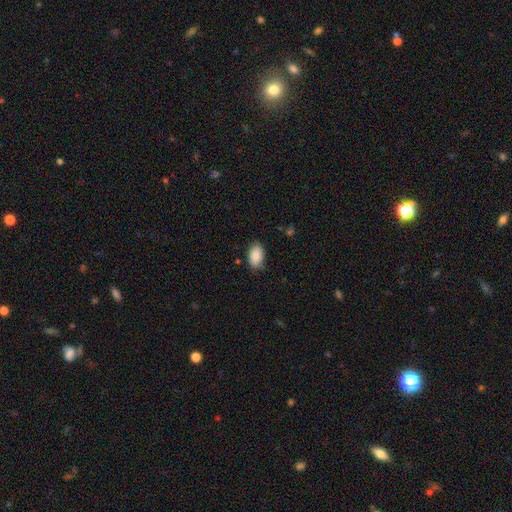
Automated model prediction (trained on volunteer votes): This appears to be a smooth galaxy with no disk features (90%) that is in between round and cigar-shaped (92%). Merging: none (80%).